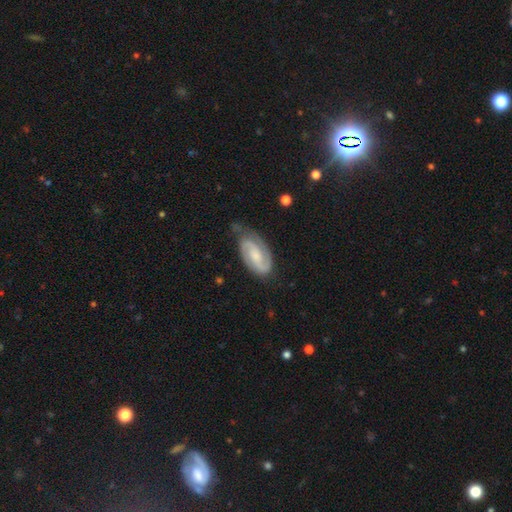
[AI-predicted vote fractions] A featured or disk galaxy (81%) with a weak bar (43%), 2 (84%) medium (44%, tied with tight) spiral arms (97%) and a small central bulge (41%). Merging: none (62%).